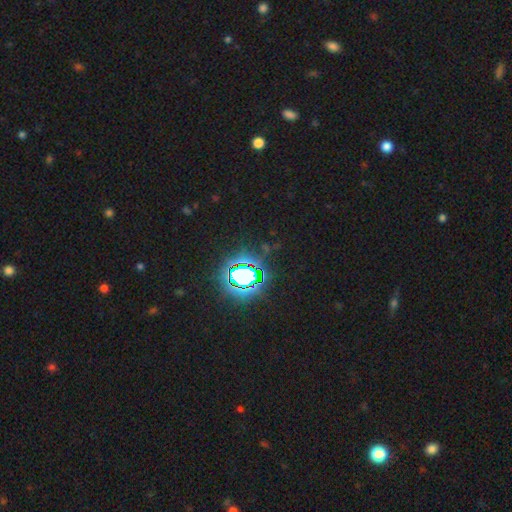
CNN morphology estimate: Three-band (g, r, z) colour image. It shows a star or artifact, not a galaxy (85%).